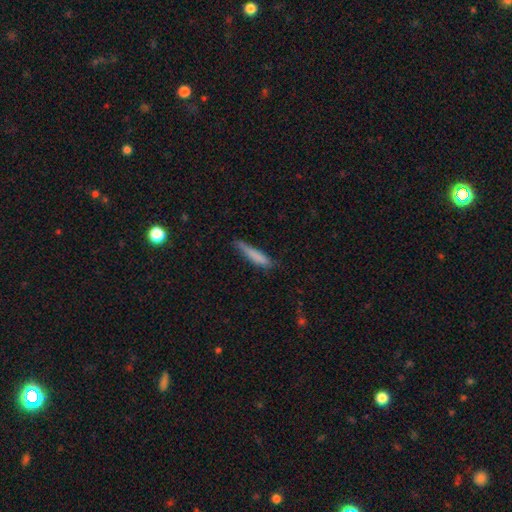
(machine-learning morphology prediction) Smooth or featured? Predicted: smooth (p=0.77). How rounded? Predicted: cigar-shaped (p=0.90). Merging? Predicted: none (p=0.66).